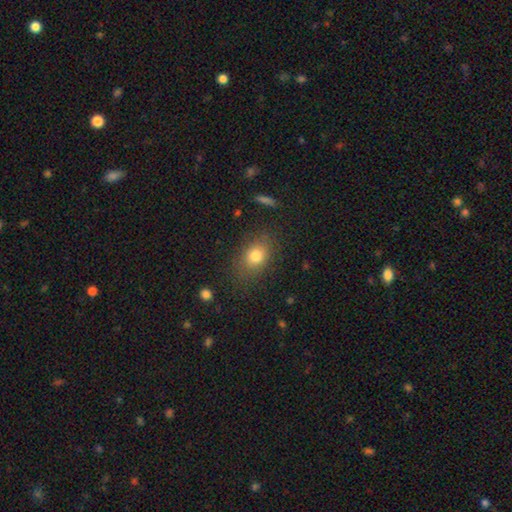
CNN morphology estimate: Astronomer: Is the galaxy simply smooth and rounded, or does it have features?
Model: smooth — 78%.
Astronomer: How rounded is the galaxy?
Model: in between — 67%.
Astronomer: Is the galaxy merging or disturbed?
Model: none — 78%.